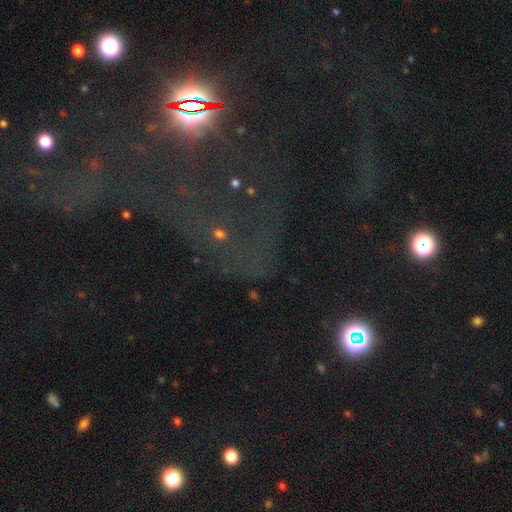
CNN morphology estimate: Q: Smooth or featured?
A: star or artifact (67%); runner-up: smooth (17%)